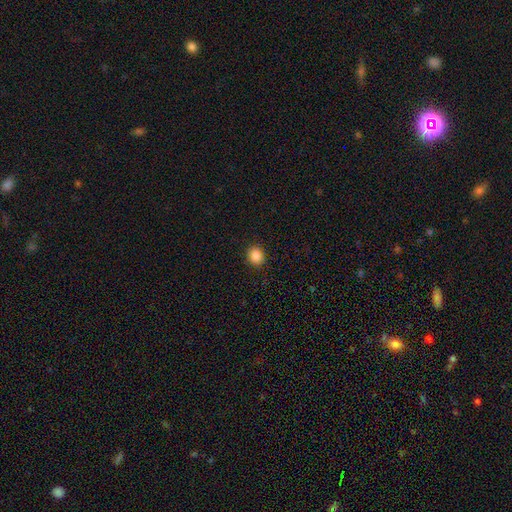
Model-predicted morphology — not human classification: A smooth galaxy with no disk features (87%) that is round (77%).

Vote fractions:
- Smooth or featured? smooth: 87% / star or artifact: 10% / featured or disk: 4%
- How rounded? round: 77% / in between: 22% / cigar-shaped: 1%
- Merging? none: 91% / minor disturbance: 6% / major disturbance: 2% / merger: 1%